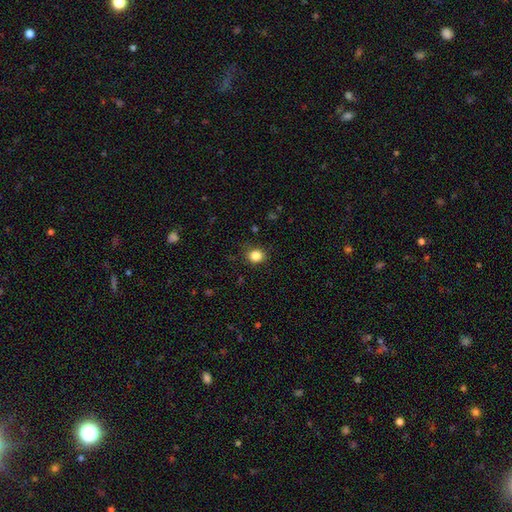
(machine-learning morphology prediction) The model was most divided on "how rounded": round: 75%, in between: 24%, cigar-shaped: 1%. More confident: smooth or featured — smooth (85%); merging — none (84%).